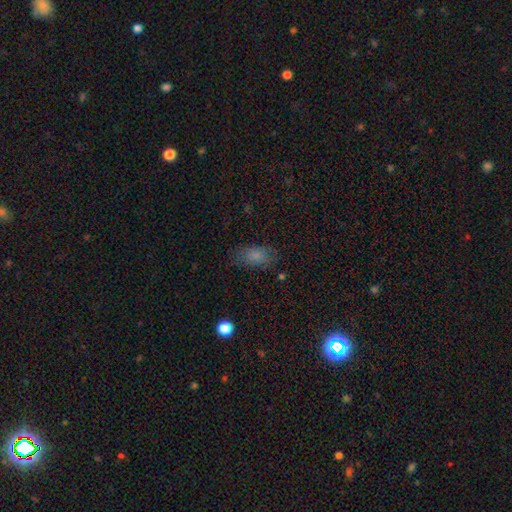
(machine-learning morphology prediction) Smooth or featured: smooth — 79% (star or artifact — 11%)
How rounded: in between — 89% (round — 6%)
Merging: none — 74% (minor disturbance — 18%)